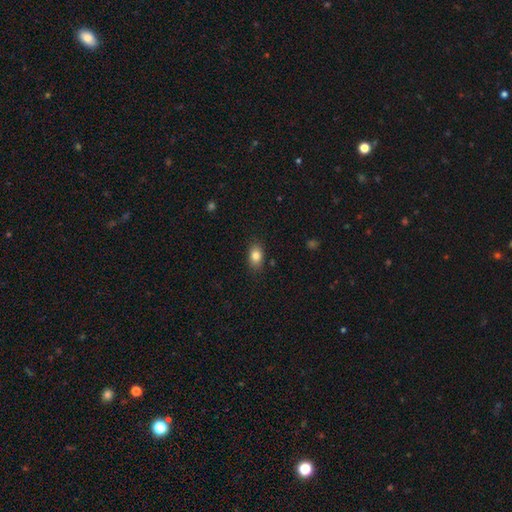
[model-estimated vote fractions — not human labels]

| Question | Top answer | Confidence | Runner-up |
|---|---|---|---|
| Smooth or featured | smooth | 83% | star or artifact (9%) |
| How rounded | in between | 83% | round (15%) |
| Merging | none | 84% | minor disturbance (12%) |